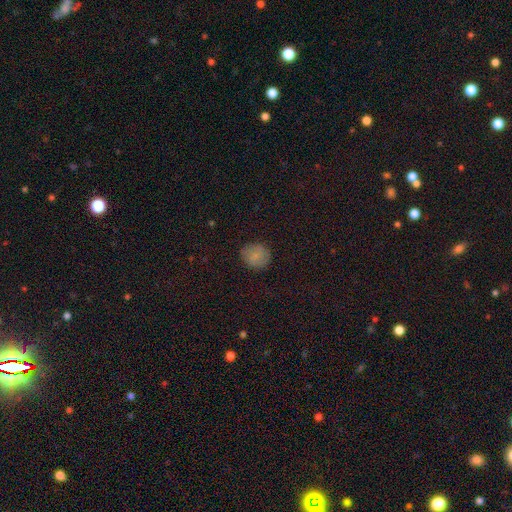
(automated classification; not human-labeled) Smooth or featured?
  - smooth: 75% *
  - featured or disk: 15%
  - star or artifact: 10%
How rounded?
  - round: 83% *
  - in between: 16%
  - cigar-shaped: 1%
Merging?
  - none: 81% *
  - minor disturbance: 14%
  - major disturbance: 4%
  - merger: 1%